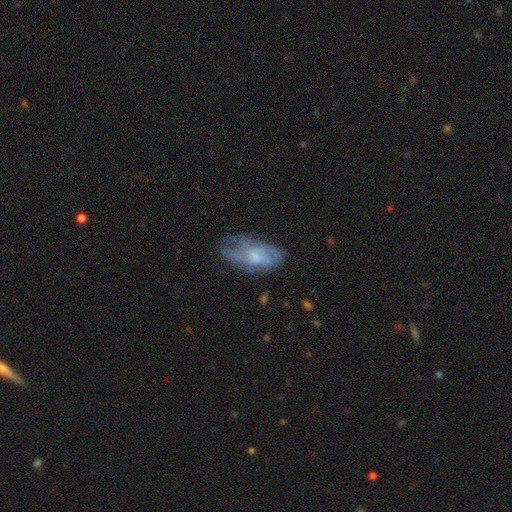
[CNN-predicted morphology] Smooth or featured?
  - featured or disk: 61% *
  - smooth: 32%
  - star or artifact: 8%
Edge-on disk?
  - no: 94% *
  - yes: 6%
Bar?
  - no: 66% *
  - weak: 30%
  - strong: 4%
Spiral arms?
  - yes: 70% *
  - no: 30%
Bulge size?
  - small: 37% *
  - moderate: 36%
  - none: 21%
  - large: 5%
  - dominant: 1%
Merging?
  - none: 58% *
  - minor disturbance: 25%
  - major disturbance: 14%
  - merger: 2%